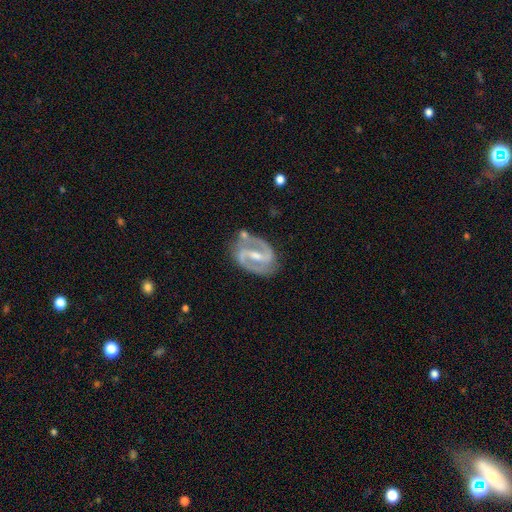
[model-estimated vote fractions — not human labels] featured or disk 92%, star or artifact 4%, smooth 4%. Down the decision tree: edge-on disk — no (97%); bar — strong (57%); spiral arms — yes (97%); spiral arm count — 2 (94%); spiral winding — medium (58%); bulge size — small (47%); merging — none (80%).